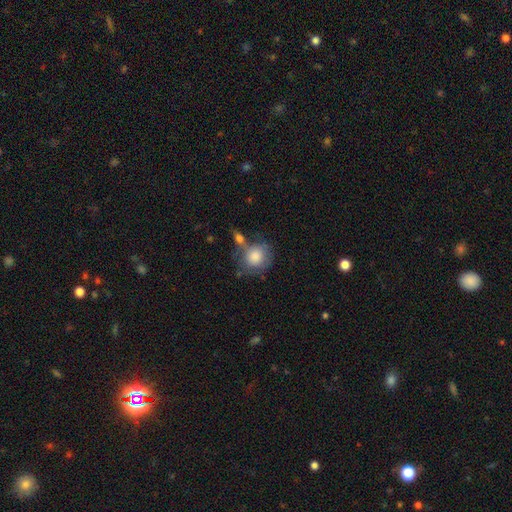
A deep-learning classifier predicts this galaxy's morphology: Smooth or featured?
  - smooth: 80% *
  - featured or disk: 13%
  - star or artifact: 8%
How rounded?
  - round: 79% *
  - in between: 20%
  - cigar-shaped: 1%
Merging?
  - none: 53% *
  - minor disturbance: 19%
  - merger: 19%
  - major disturbance: 9%